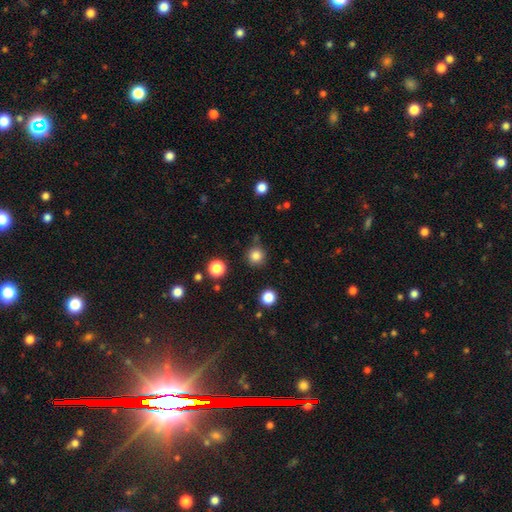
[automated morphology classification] type=smooth (83%); roundness=round (94%); merging=none (85%).